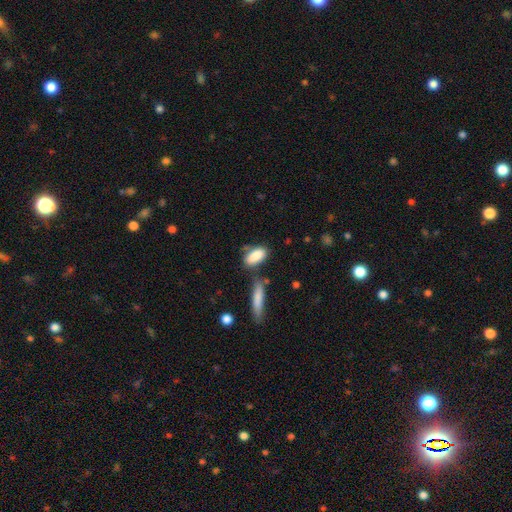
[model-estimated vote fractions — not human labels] Overall: smooth (85%). How rounded: in between (85%). Merging: none (58%; minor disturbance 18%).